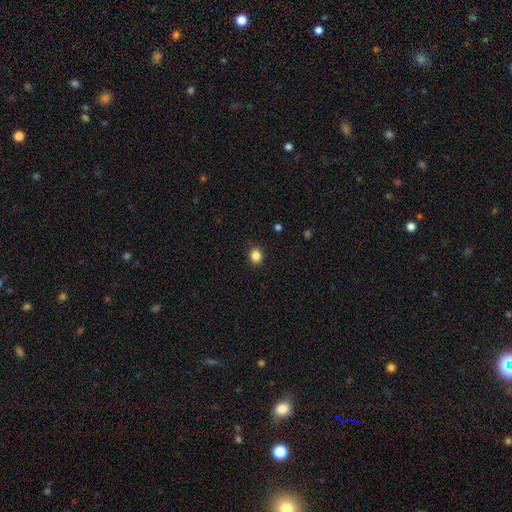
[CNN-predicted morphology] A smooth galaxy with no disk features (85%) that is round (61%). Merging: none (88%).